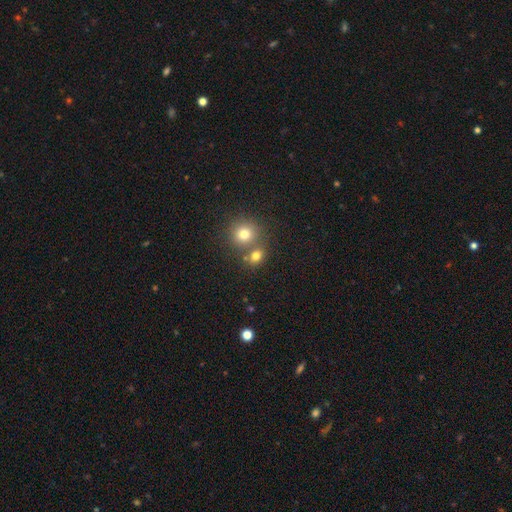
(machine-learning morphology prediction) Q: Smooth or featured?
A: smooth (76%); runner-up: star or artifact (15%)
Q: How rounded?
A: round (67%); runner-up: in between (32%)
Q: Merging?
A: none (54%); runner-up: merger (34%)